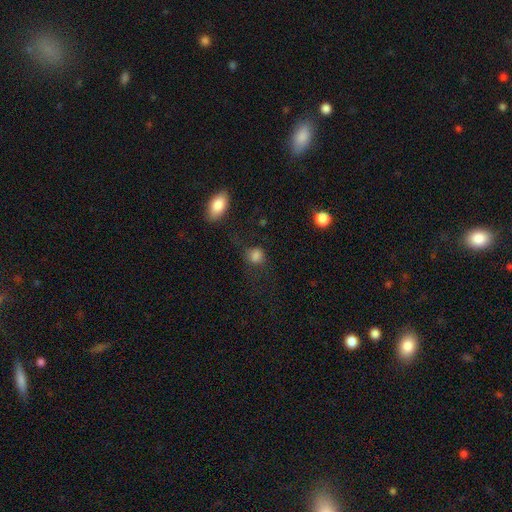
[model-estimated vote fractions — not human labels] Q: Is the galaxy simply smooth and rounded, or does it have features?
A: smooth — 82%.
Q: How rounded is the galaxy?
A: round — 73%.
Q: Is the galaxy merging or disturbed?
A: none — 63%.